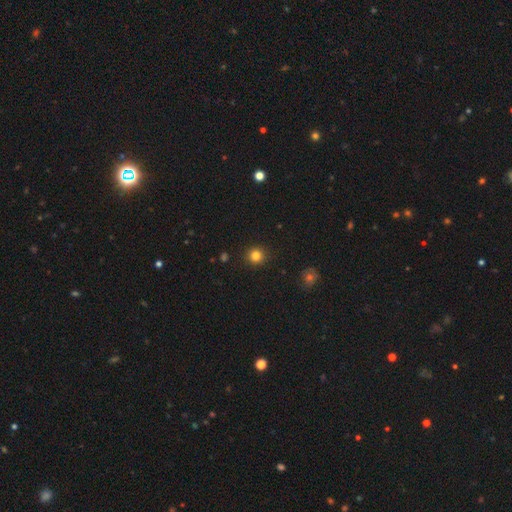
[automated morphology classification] type=smooth (82%); roundness=round (93%); merging=none (92%).